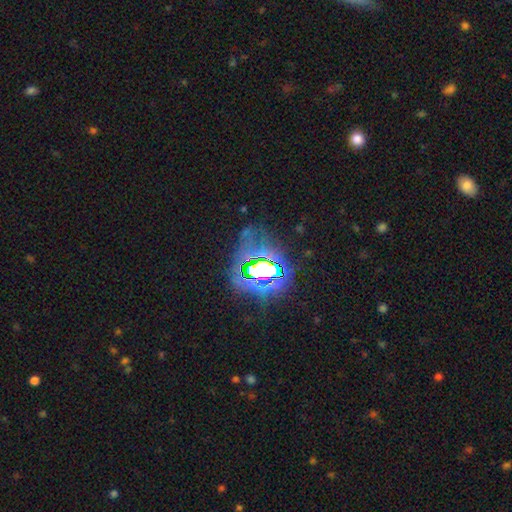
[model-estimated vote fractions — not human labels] star or artifact 82%, smooth 9%, featured or disk 9%.